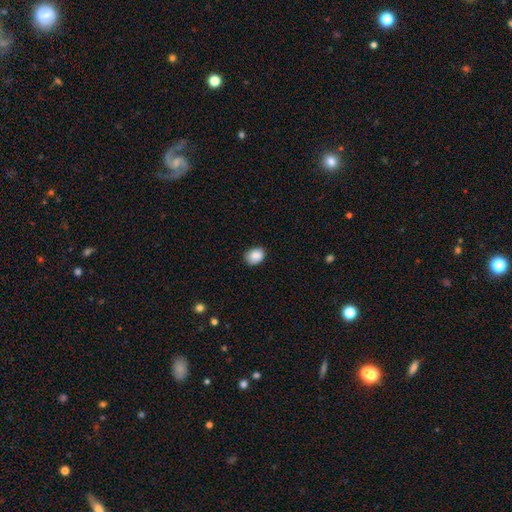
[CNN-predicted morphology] type=smooth (87%); roundness=in between (54%); merging=none (80%).